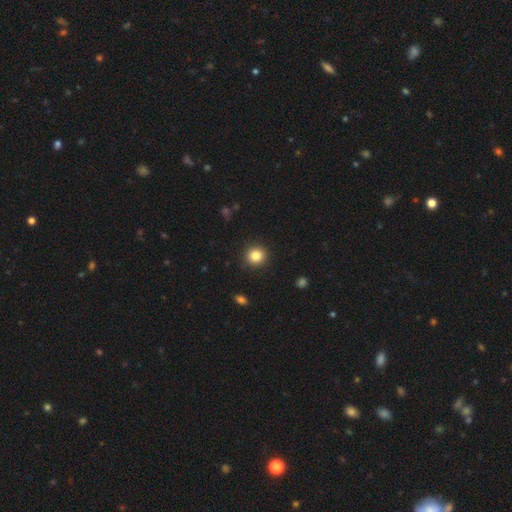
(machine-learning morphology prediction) Q: Smooth or featured?
A: smooth (85%); runner-up: star or artifact (10%)
Q: How rounded?
A: round (92%); runner-up: in between (7%)
Q: Merging?
A: none (91%); runner-up: minor disturbance (6%)